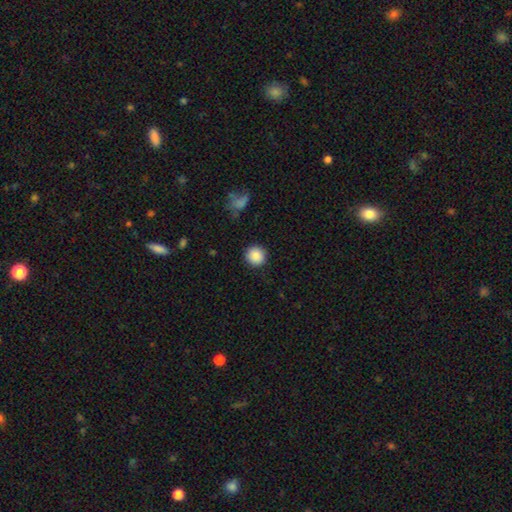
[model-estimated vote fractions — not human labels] A smooth galaxy with no disk features (87%) that is round (94%). Merging: none (91%).